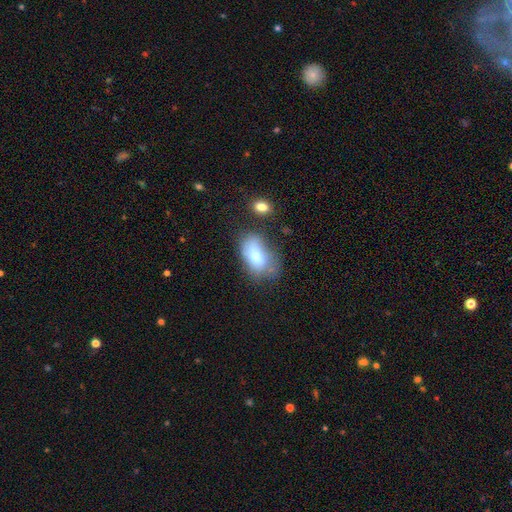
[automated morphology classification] Smooth or featured? smooth (72%)
How rounded? in between (91%)
Merging? none (39%)